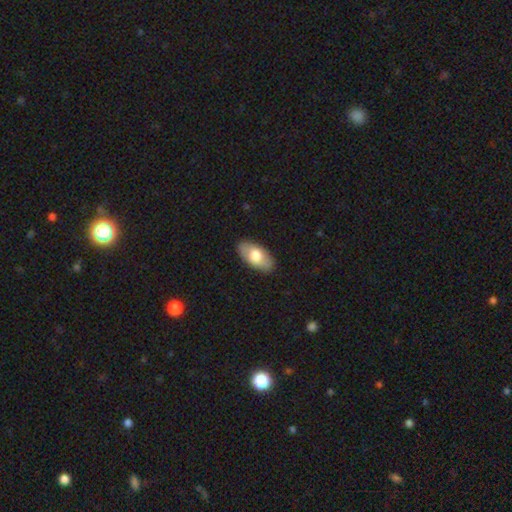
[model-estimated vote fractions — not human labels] Morphology: type=smooth (70%); roundness=in between (93%); merging=none (87%).